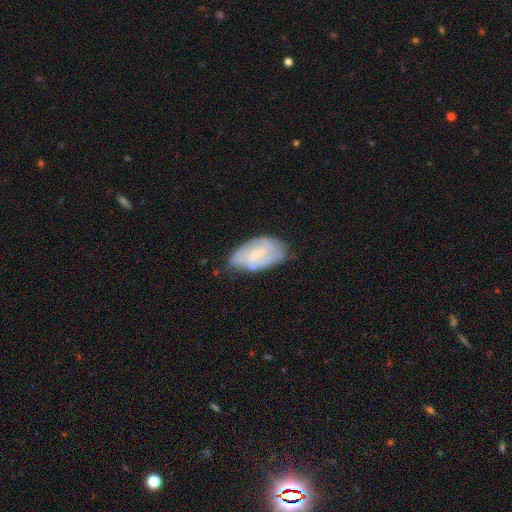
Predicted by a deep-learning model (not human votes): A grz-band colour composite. It shows a featured or disk galaxy (59%) with a weak bar (48%), spiral arms (66%) and a small central bulge (67%). Merging: none (53%).